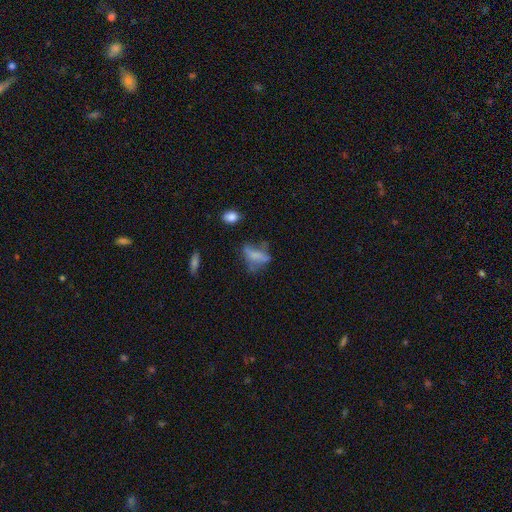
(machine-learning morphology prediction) type=smooth (47%); merging=none (38%).